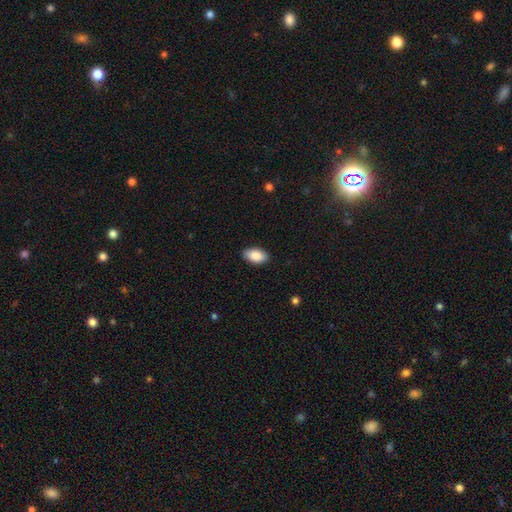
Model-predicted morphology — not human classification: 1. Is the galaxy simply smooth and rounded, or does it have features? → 88% smooth, 6% star or artifact, 6% featured or disk.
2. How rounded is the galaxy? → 94% in between, 4% round, 2% cigar-shaped.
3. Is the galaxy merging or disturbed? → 88% none, 9% minor disturbance, 2% major disturbance, 1% merger.